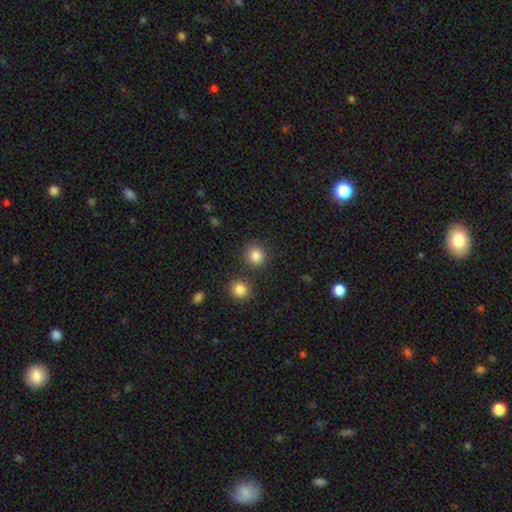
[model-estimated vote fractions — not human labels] smooth-or-featured: smooth: 85% | star or artifact: 10% | featured or disk: 4%
  how-rounded: round: 90% | in between: 9% | cigar-shaped: 1%
  merging: none: 84% | minor disturbance: 7% | merger: 6% | major disturbance: 3%